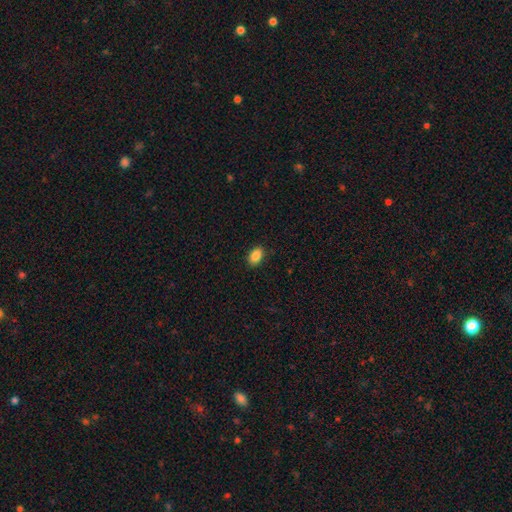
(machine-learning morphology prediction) smooth 88%, star or artifact 8%, featured or disk 3%. Down the decision tree: how rounded — in between (89%); merging — none (89%).